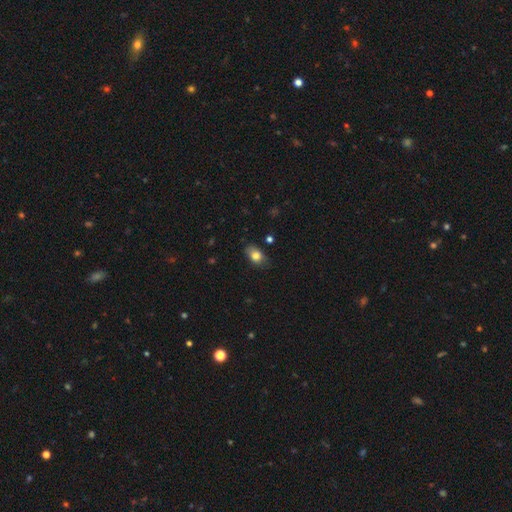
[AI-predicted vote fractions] Smooth or featured?
  - smooth: 80% *
  - featured or disk: 12%
  - star or artifact: 9%
How rounded?
  - in between: 82% *
  - round: 16%
  - cigar-shaped: 2%
Merging?
  - none: 71% *
  - minor disturbance: 23%
  - major disturbance: 4%
  - merger: 2%